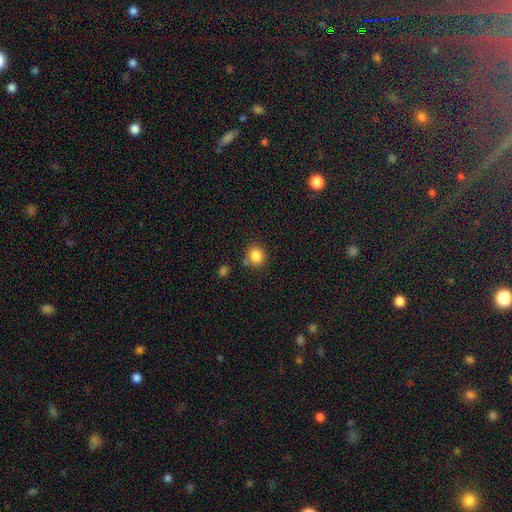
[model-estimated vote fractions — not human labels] Smooth or featured? Predicted: smooth (p=0.85). How rounded? Predicted: round (p=0.82). Merging? Predicted: none (p=0.76).